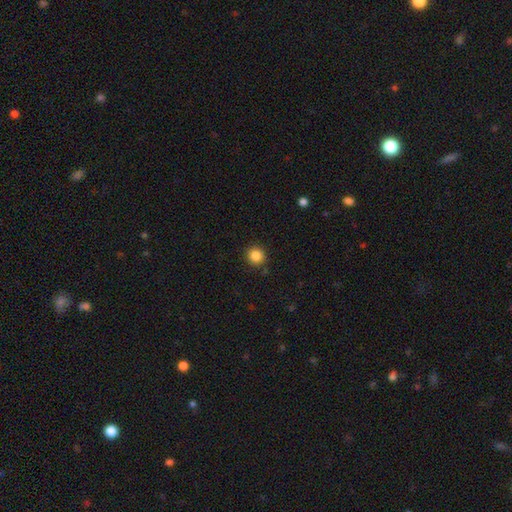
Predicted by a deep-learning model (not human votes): This is clearly a smooth galaxy (86%). How rounded: clearly round (91%). Merging: clearly none (88%).